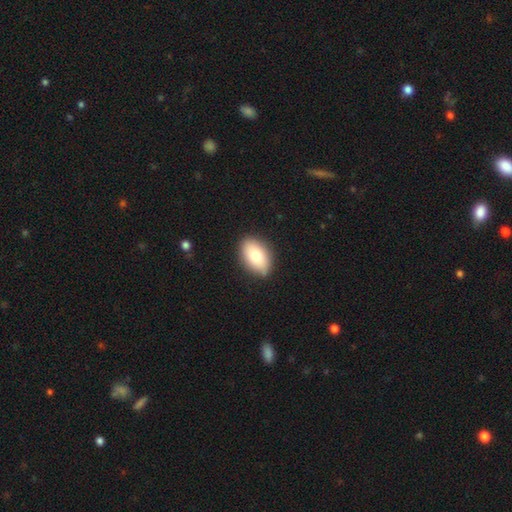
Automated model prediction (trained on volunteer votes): Smooth or featured? smooth (79%)
How rounded? in between (90%)
Merging? none (85%)